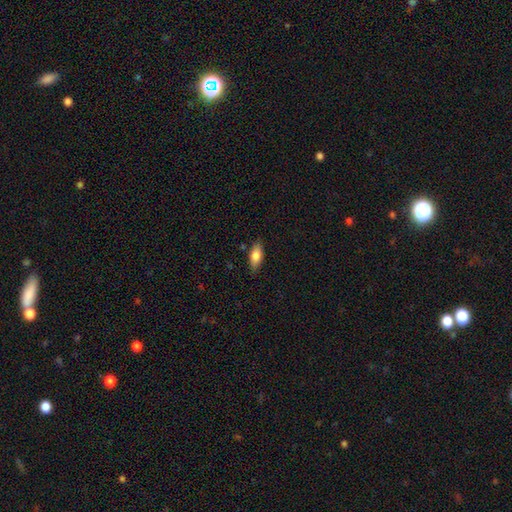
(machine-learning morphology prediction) smooth 77%, featured or disk 17%, star or artifact 7%. Down the decision tree: how rounded — in between (78%); merging — none (83%).